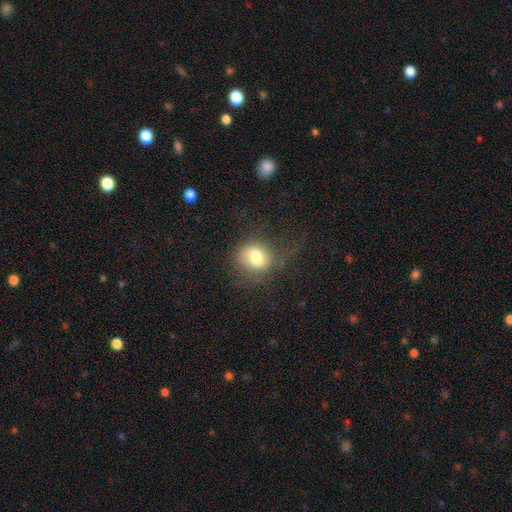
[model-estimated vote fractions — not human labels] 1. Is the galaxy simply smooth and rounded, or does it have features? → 74% smooth, 16% featured or disk, 10% star or artifact.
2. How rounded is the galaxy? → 61% round, 38% in between, 1% cigar-shaped.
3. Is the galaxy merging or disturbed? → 55% none, 24% minor disturbance, 19% major disturbance, 3% merger.